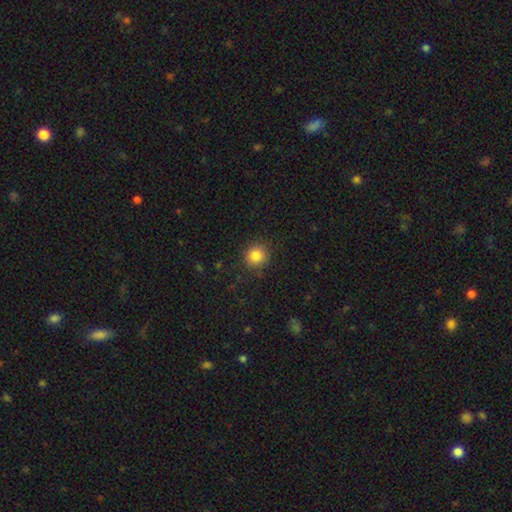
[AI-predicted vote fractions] A smooth galaxy with no disk features (85%) that is round (92%).

Vote fractions:
- Smooth or featured? smooth: 85% / star or artifact: 11% / featured or disk: 5%
- How rounded? round: 92% / in between: 7% / cigar-shaped: 1%
- Merging? none: 88% / minor disturbance: 8% / major disturbance: 3% / merger: 1%